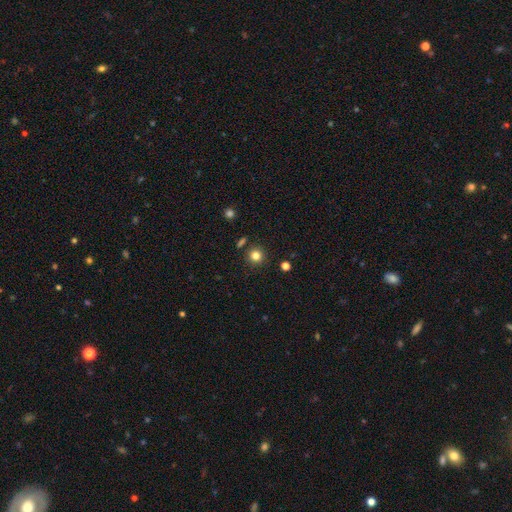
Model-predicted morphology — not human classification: The model was most divided on "smooth or featured": smooth: 81%, star or artifact: 14%, featured or disk: 6%. More confident: how rounded — round (93%); merging — none (88%).